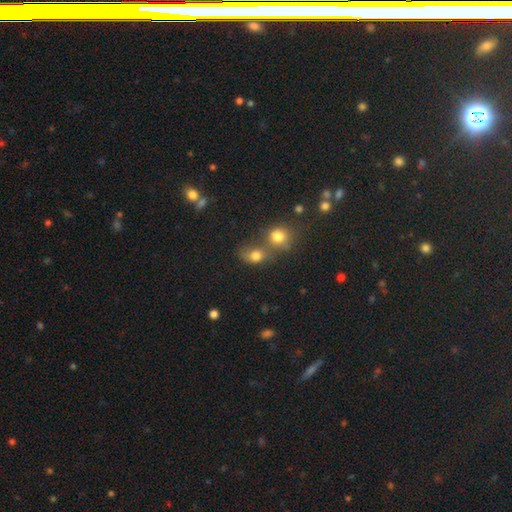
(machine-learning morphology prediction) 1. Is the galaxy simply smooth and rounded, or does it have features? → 77% smooth, 14% star or artifact, 9% featured or disk.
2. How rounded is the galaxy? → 55% round, 43% in between, 2% cigar-shaped.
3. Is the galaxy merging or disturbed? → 48% merger, 35% none, 10% minor disturbance, 7% major disturbance.